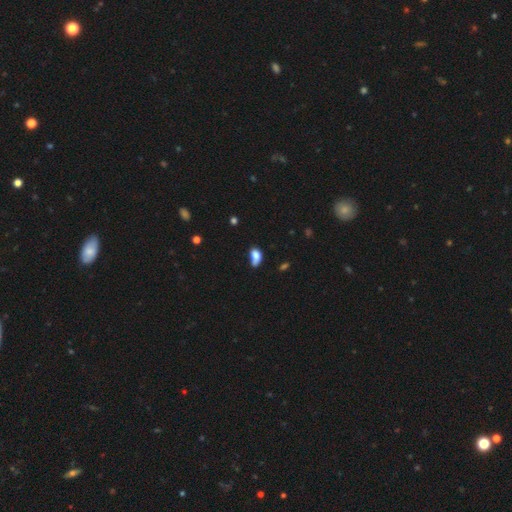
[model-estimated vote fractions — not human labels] Smooth or featured: smooth — 77% (featured or disk — 13%)
How rounded: in between — 86% (round — 9%)
Merging: minor disturbance — 35% (none — 33%)